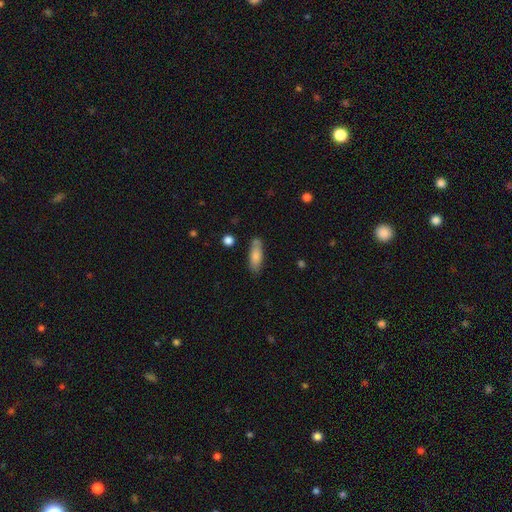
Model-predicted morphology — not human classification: This appears to be a smooth galaxy with no disk features (79%) that is in between round and cigar-shaped (61%). Merging: none (71%).